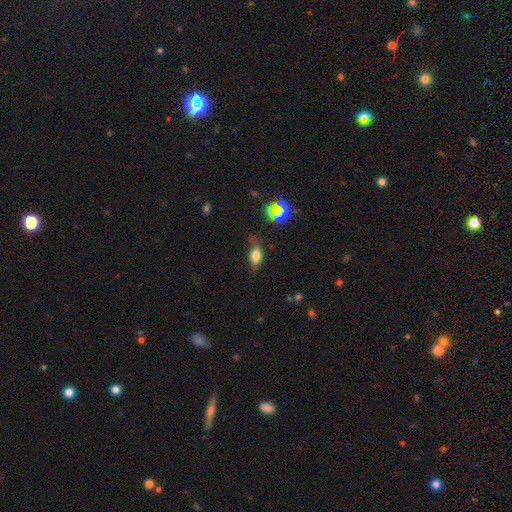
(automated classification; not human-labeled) smooth 70%, featured or disk 16%, star or artifact 15%. Down the decision tree: how rounded — in between (79%); merging — none (62%).